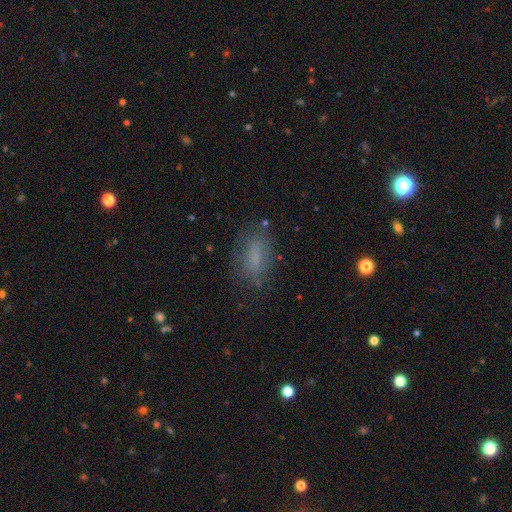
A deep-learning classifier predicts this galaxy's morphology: The model was most divided on "smooth or featured": smooth: 68%, featured or disk: 19%, star or artifact: 13%. More confident: how rounded — in between (79%); merging — none (73%).